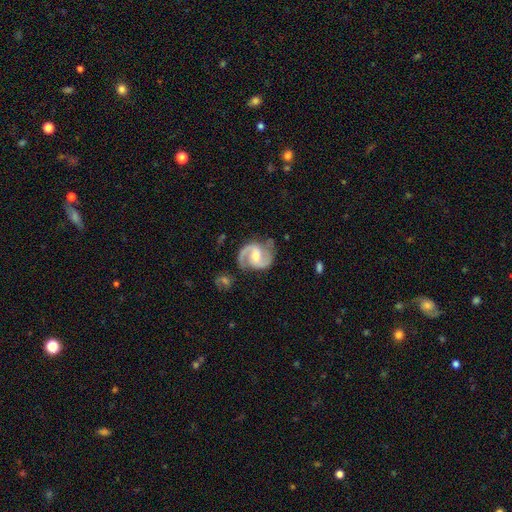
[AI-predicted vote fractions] Smooth or featured? Predicted: featured or disk (p=0.90). Edge-on disk? Predicted: no (p=0.98). Bar? Predicted: weak (p=0.49). Spiral arms? Predicted: yes (p=0.98). Spiral winding? Predicted: medium (p=0.60). Spiral arm count? Predicted: 2 (p=0.93). Bulge size? Predicted: moderate (p=0.63). Merging? Predicted: none (p=0.73).